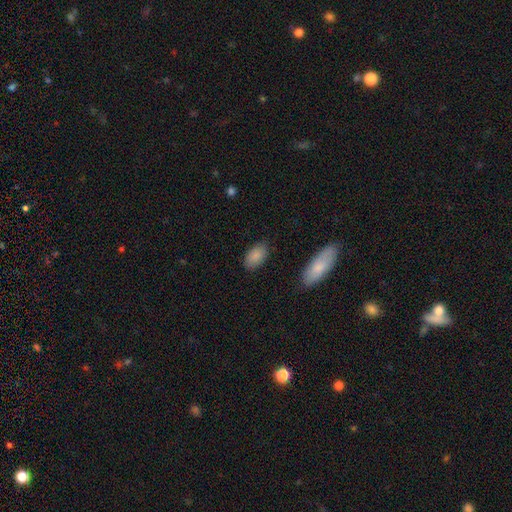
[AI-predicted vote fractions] Smooth or featured?
  - smooth: 87% *
  - star or artifact: 7%
  - featured or disk: 6%
How rounded?
  - in between: 93% *
  - round: 5%
  - cigar-shaped: 2%
Merging?
  - none: 84% *
  - minor disturbance: 12%
  - major disturbance: 3%
  - merger: 2%